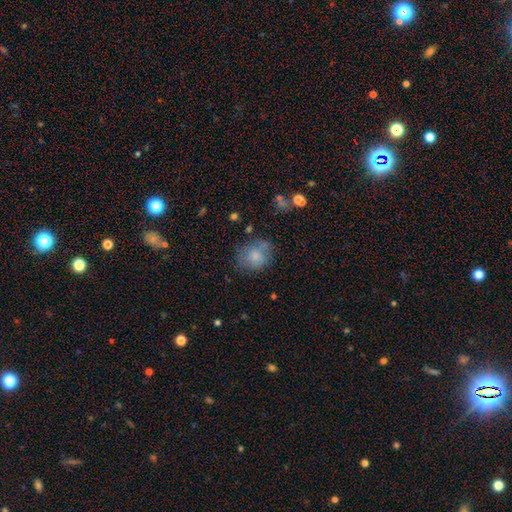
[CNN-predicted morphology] A smooth galaxy with no disk features (74%) that is round (66%).

Vote fractions:
- Smooth or featured? smooth: 74% / featured or disk: 17% / star or artifact: 9%
- How rounded? round: 66% / in between: 33% / cigar-shaped: 1%
- Merging? none: 62% / minor disturbance: 24% / major disturbance: 10% / merger: 4%